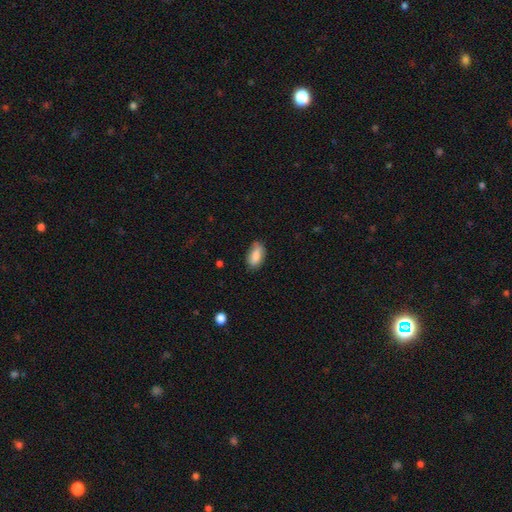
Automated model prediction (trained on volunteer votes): Overall: smooth (86%). How rounded: in between (91%). Merging: none (74%).